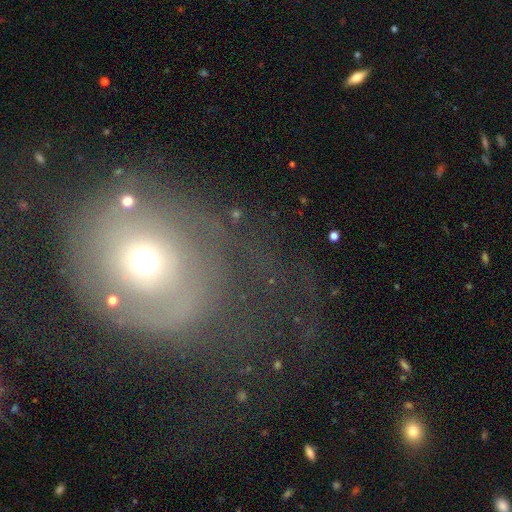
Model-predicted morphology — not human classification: Q: Smooth or featured?
A: featured or disk (45%); runner-up: smooth (37%)
Q: Merging?
A: none (44%); runner-up: major disturbance (35%)